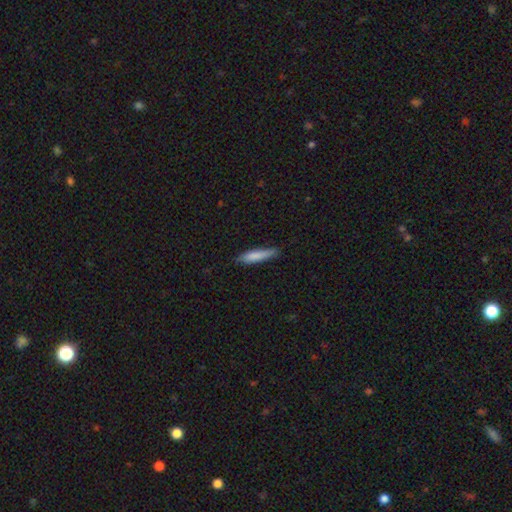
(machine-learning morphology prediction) smooth_or_featured: smooth (p=0.80) [alt: featured or disk p=0.14]
how_rounded: cigar-shaped (p=0.83) [alt: in between p=0.16]
merging: none (p=0.77) [alt: minor disturbance p=0.19]